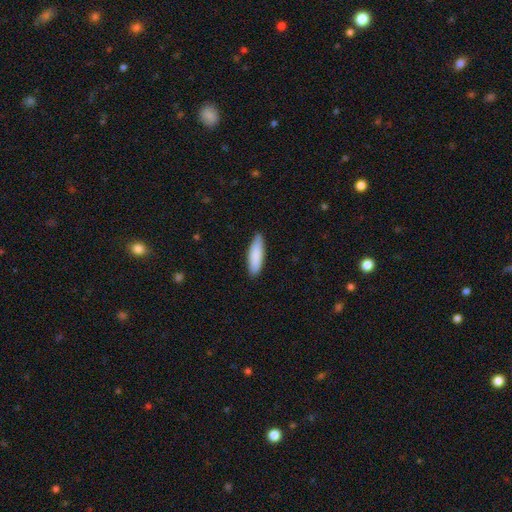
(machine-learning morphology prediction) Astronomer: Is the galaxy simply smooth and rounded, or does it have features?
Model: smooth — 87%.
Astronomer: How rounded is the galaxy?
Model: cigar-shaped — 55% (runner-up: in between, 43%).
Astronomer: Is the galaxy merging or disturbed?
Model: none — 85%.